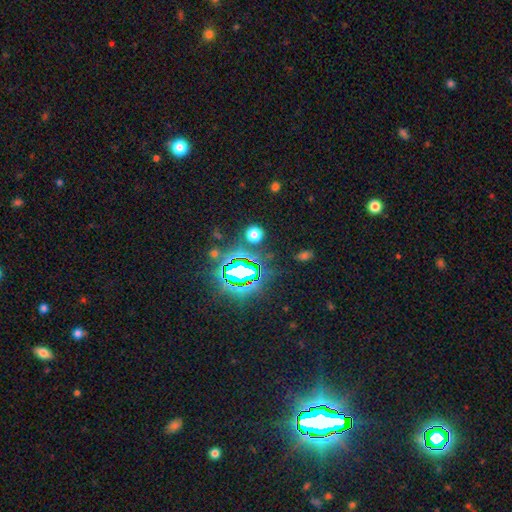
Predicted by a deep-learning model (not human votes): Smooth or featured? Predicted: star or artifact (p=0.84).